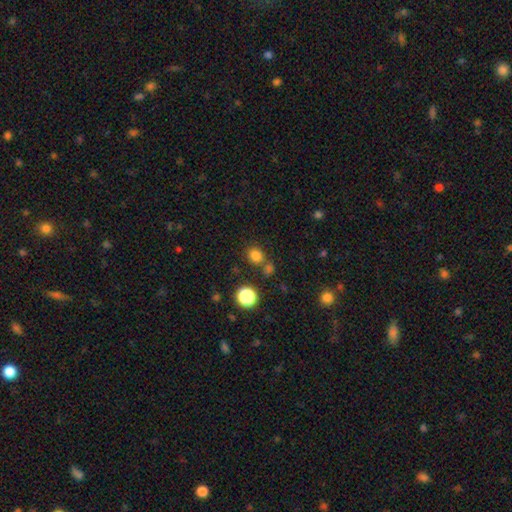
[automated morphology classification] smooth-or-featured: smooth: 79% | star or artifact: 17% | featured or disk: 5%
  how-rounded: round: 75% | in between: 24% | cigar-shaped: 1%
  merging: none: 71% | merger: 16% | minor disturbance: 9% | major disturbance: 4%